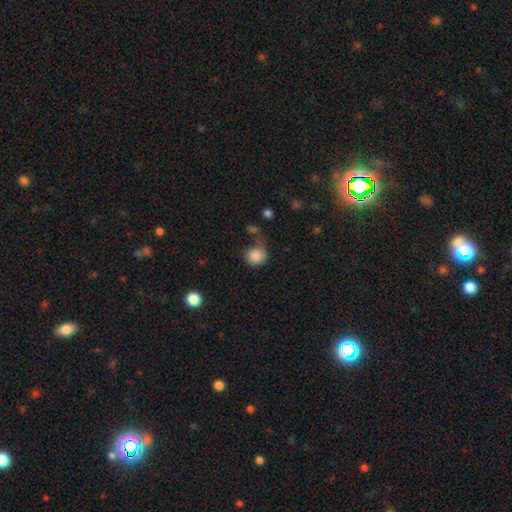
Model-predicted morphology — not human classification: Smooth or featured: smooth — 85% (star or artifact — 8%)
How rounded: round — 82% (in between — 17%)
Merging: none — 42% (minor disturbance — 23%)